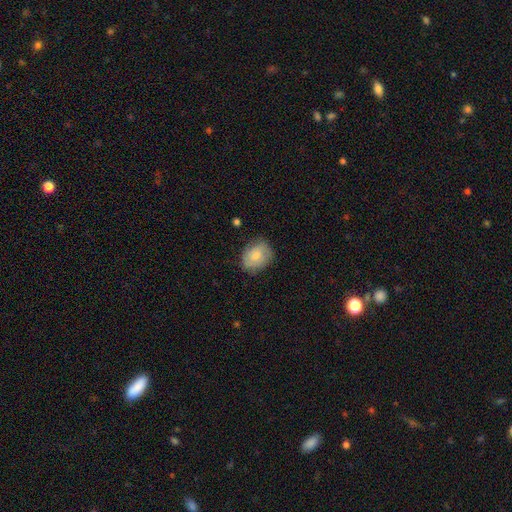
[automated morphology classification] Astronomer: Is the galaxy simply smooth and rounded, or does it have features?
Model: smooth — 70%.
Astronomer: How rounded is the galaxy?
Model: in between — 54% (runner-up: round, 45%).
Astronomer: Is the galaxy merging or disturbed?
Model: none — 72%.